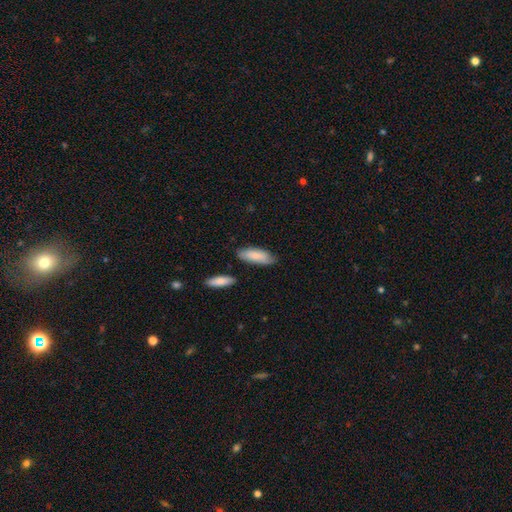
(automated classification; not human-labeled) Smooth or featured? Predicted: smooth (p=0.83). How rounded? Predicted: in between (p=0.73). Merging? Predicted: none (p=0.75).